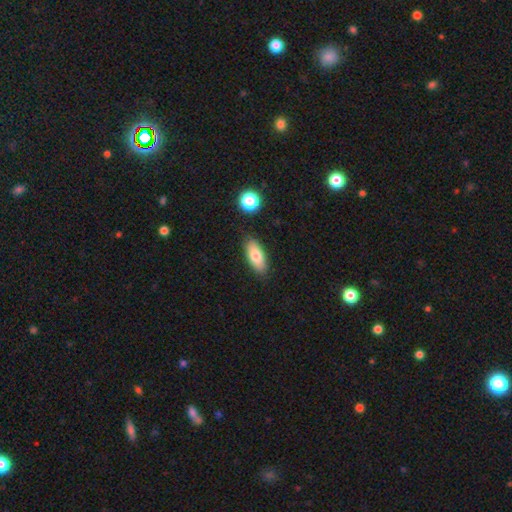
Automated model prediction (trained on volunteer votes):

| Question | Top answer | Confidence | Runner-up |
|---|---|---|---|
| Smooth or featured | smooth | 77% | featured or disk (16%) |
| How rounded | in between | 82% | cigar-shaped (15%) |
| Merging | none | 86% | minor disturbance (10%) |